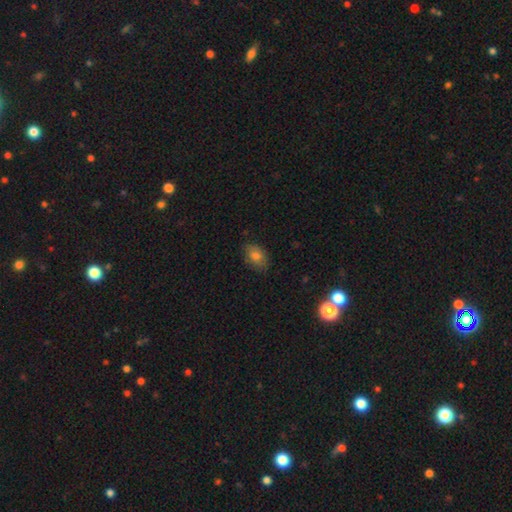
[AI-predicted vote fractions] A smooth galaxy with no disk features (74%) that is in between round and cigar-shaped (84%). Merging: none (77%).